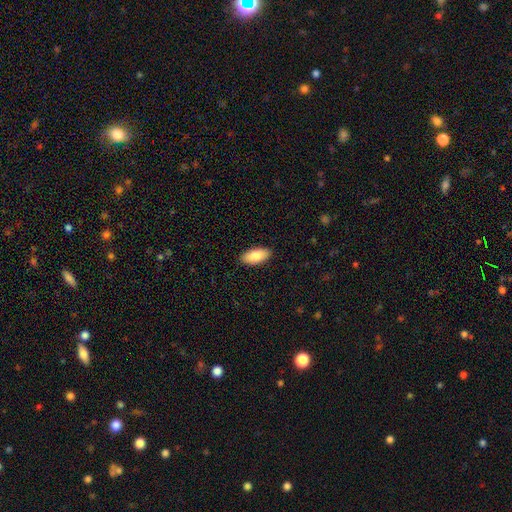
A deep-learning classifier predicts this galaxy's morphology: Smooth or featured: smooth — 84% (featured or disk — 10%)
How rounded: in between — 90% (cigar-shaped — 8%)
Merging: none — 89% (minor disturbance — 8%)